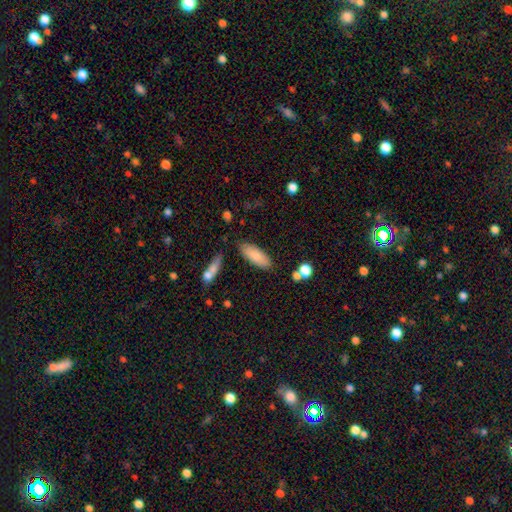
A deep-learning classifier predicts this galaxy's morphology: A smooth galaxy with no disk features (82%) that is in between round and cigar-shaped (72%). Merging: none (80%).